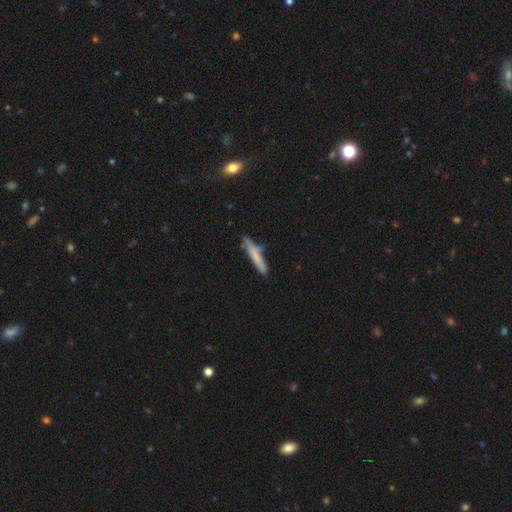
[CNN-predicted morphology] smooth-or-featured: smooth: 69% | featured or disk: 24% | star or artifact: 6%
  how-rounded: cigar-shaped: 92% | in between: 7% | round: 1%
  merging: none: 71% | minor disturbance: 22% | major disturbance: 4% | merger: 3%